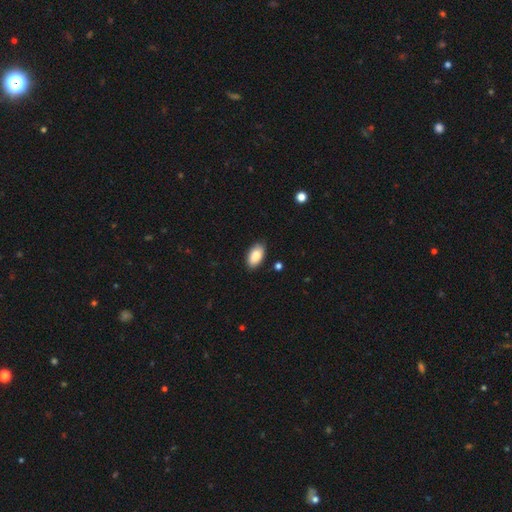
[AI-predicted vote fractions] This appears to be a smooth galaxy with no disk features (88%) that is in between round and cigar-shaped (94%). Merging: none (86%).